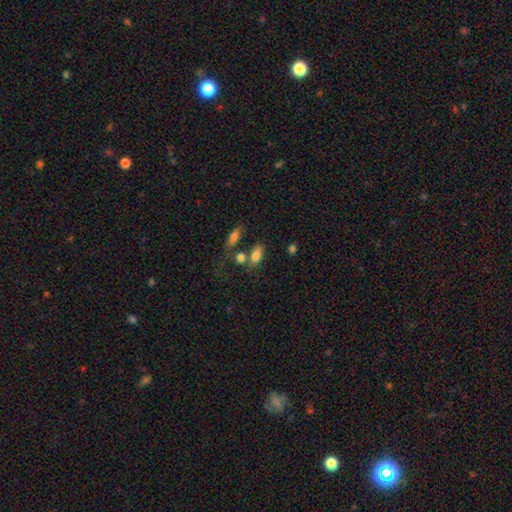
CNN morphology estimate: Smooth or featured?
  - smooth: 79% *
  - featured or disk: 11%
  - star or artifact: 10%
How rounded?
  - in between: 84% *
  - round: 9%
  - cigar-shaped: 6%
Merging?
  - none: 50% *
  - merger: 28%
  - minor disturbance: 14%
  - major disturbance: 7%